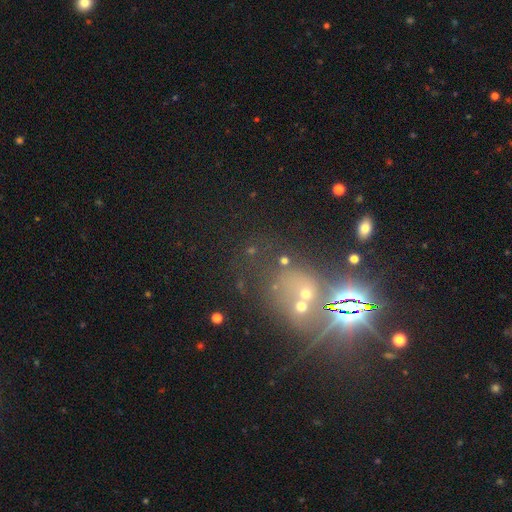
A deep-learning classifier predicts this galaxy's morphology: type=star or artifact (64%).